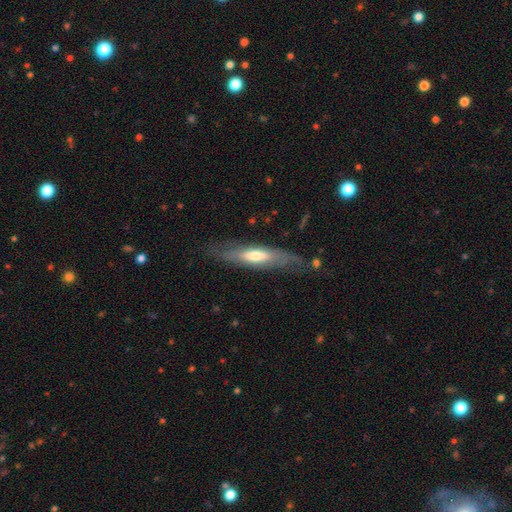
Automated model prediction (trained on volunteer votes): Smooth or featured: featured or disk — 53% (smooth — 42%)
Edge-on disk: yes — 60% (no — 40%)
Merging: none — 73% (minor disturbance — 18%)